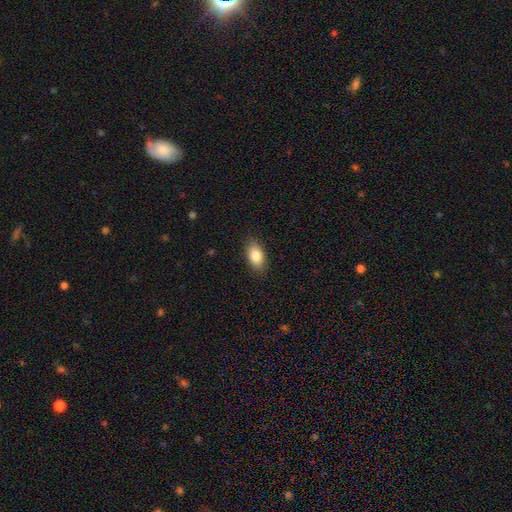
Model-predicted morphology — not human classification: Smooth or featured?
  - smooth: 85% *
  - featured or disk: 8%
  - star or artifact: 7%
How rounded?
  - in between: 91% *
  - round: 6%
  - cigar-shaped: 3%
Merging?
  - none: 87% *
  - minor disturbance: 10%
  - major disturbance: 2%
  - merger: 1%